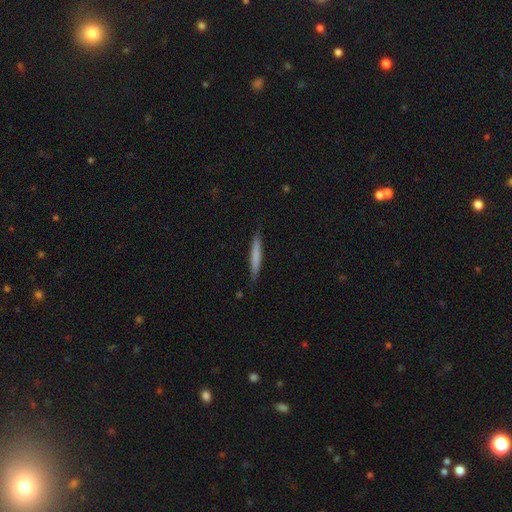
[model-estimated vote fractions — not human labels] A smooth galaxy with no disk features (72%) that is cigar-shaped (95%).

Vote fractions:
- Smooth or featured? smooth: 72% / featured or disk: 23% / star or artifact: 5%
- How rounded? cigar-shaped: 95% / in between: 3% / round: 1%
- Merging? none: 87% / minor disturbance: 10% / major disturbance: 2% / merger: 1%